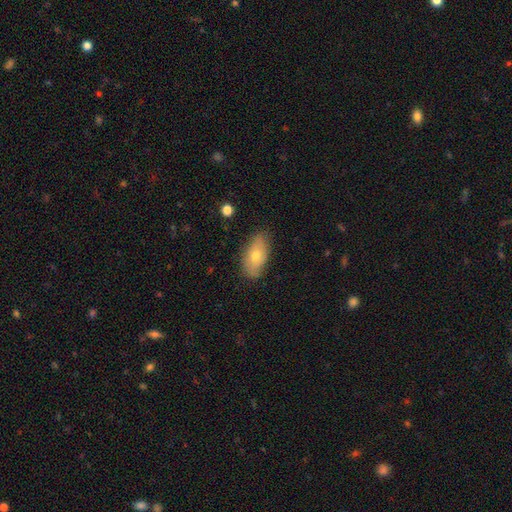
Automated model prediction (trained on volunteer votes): Smooth or featured? smooth (61%)
How rounded? in between (90%)
Merging? none (81%)